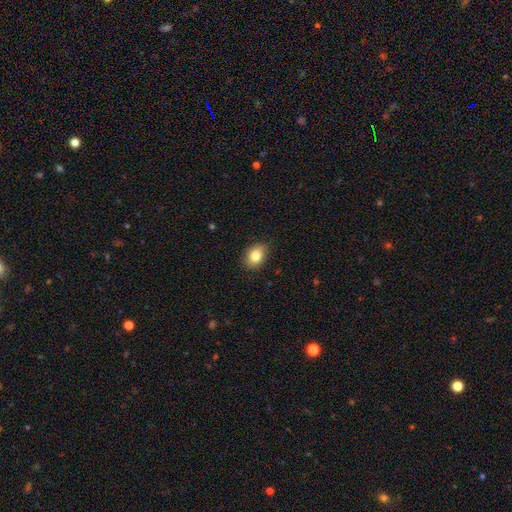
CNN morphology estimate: Smooth or featured: smooth — 83% (star or artifact — 9%)
How rounded: in between — 68% (round — 30%)
Merging: none — 86% (minor disturbance — 11%)